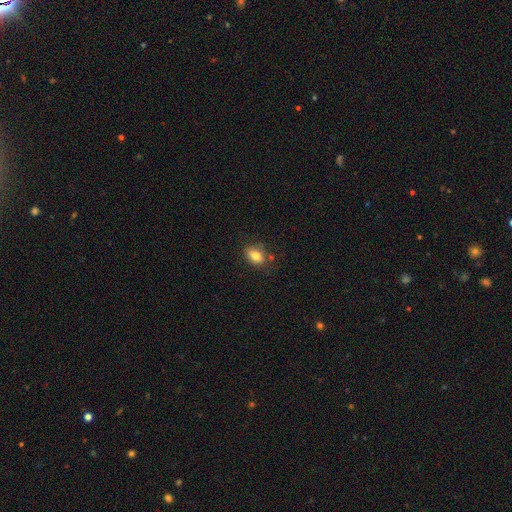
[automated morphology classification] smooth-or-featured: smooth: 81% | star or artifact: 9% | featured or disk: 9%
  how-rounded: in between: 77% | round: 21% | cigar-shaped: 2%
  merging: none: 76% | minor disturbance: 16% | merger: 4% | major disturbance: 4%